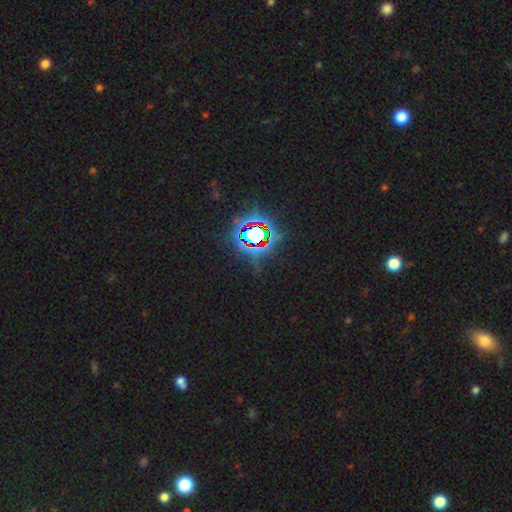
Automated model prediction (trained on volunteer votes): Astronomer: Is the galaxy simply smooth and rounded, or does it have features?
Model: star or artifact — 82%.